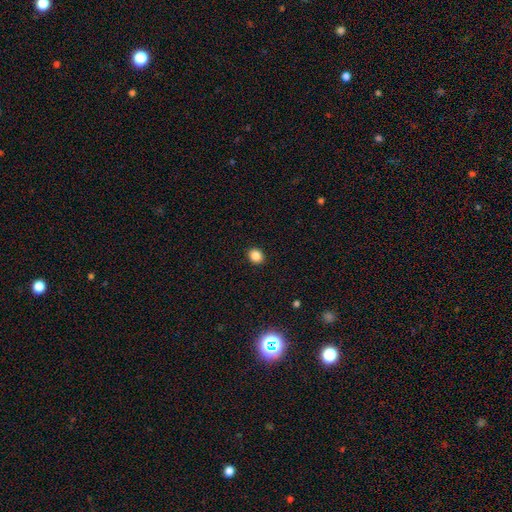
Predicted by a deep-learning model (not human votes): Q: Smooth or featured?
A: smooth (86%); runner-up: star or artifact (10%)
Q: How rounded?
A: round (65%); runner-up: in between (35%)
Q: Merging?
A: none (91%); runner-up: minor disturbance (6%)